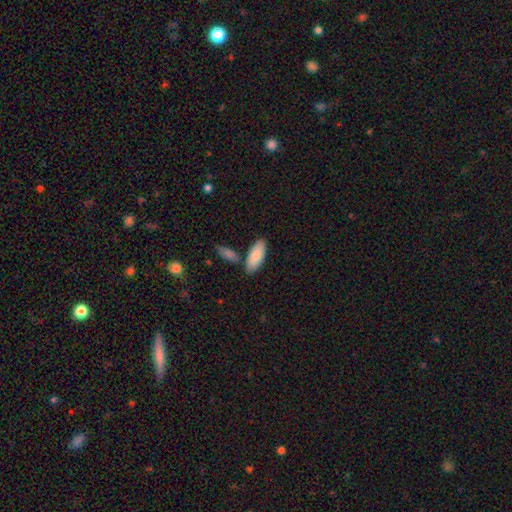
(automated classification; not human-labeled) smooth-or-featured: smooth: 87% | featured or disk: 8% | star or artifact: 5%
  how-rounded: in between: 87% | cigar-shaped: 12% | round: 2%
  merging: none: 74% | minor disturbance: 12% | merger: 11% | major disturbance: 3%